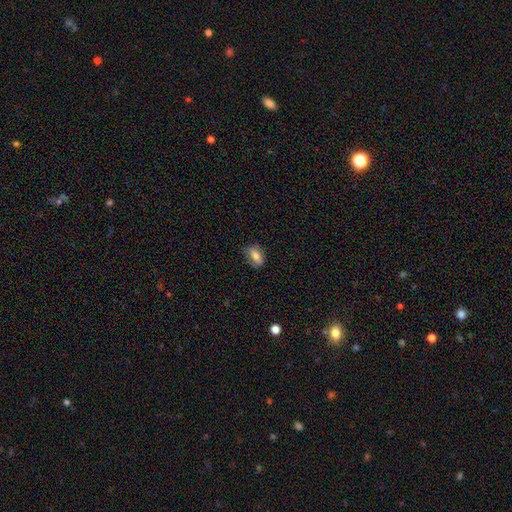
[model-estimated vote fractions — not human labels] This appears to be a smooth galaxy with no disk features (72%) that is in between round and cigar-shaped (83%). Merging: none (72%).